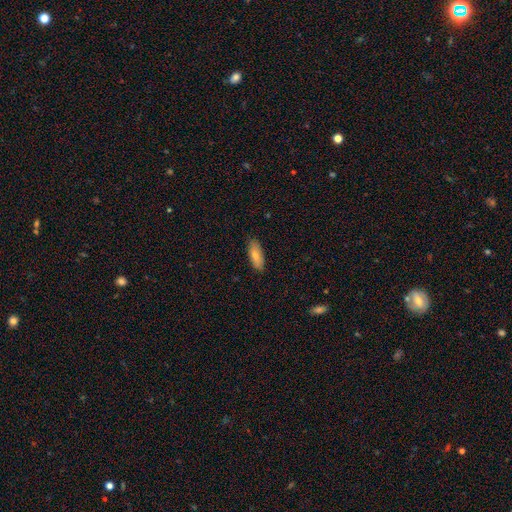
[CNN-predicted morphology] A smooth galaxy with no disk features (79%) that is in between round and cigar-shaped (72%). Merging: none (87%).